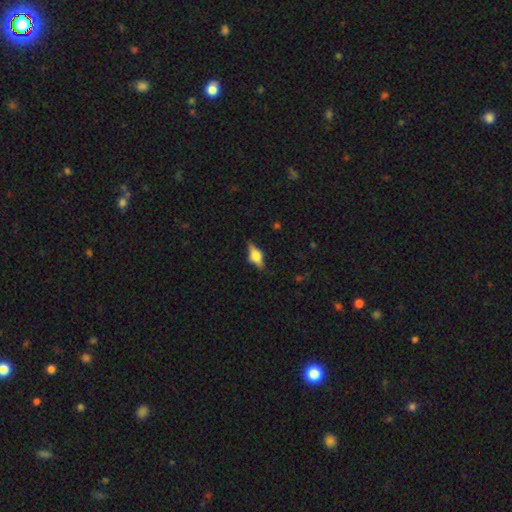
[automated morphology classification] Smooth or featured: featured or disk — 60% (smooth — 31%)
Edge-on disk: yes — 94% (no — 6%)
Edge-on bulge: rounded — 88% (boxy — 11%)
Merging: none — 81% (minor disturbance — 14%)